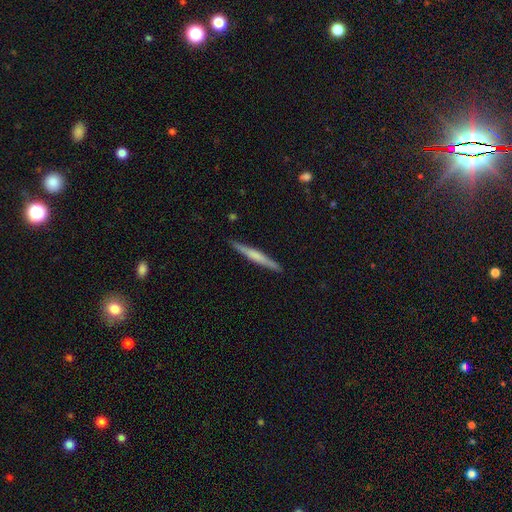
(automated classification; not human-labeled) featured or disk 49%, smooth 46%, star or artifact 5%. Down the decision tree: merging — none (91%).